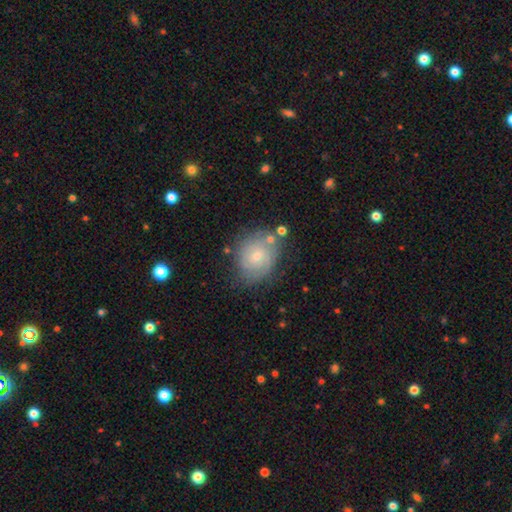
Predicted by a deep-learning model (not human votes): A featured or disk galaxy (51%).

Vote fractions:
- Smooth or featured? featured or disk: 51% / smooth: 40% / star or artifact: 9%
- Edge-on disk? no: 96% / yes: 4%
- Merging? none: 66% / minor disturbance: 22% / major disturbance: 8% / merger: 5%